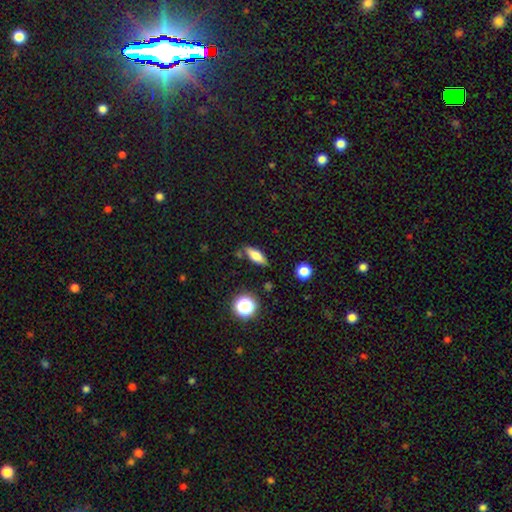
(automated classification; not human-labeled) Morphology: type=smooth (70%); roundness=in between (63%); merging=none (79%).